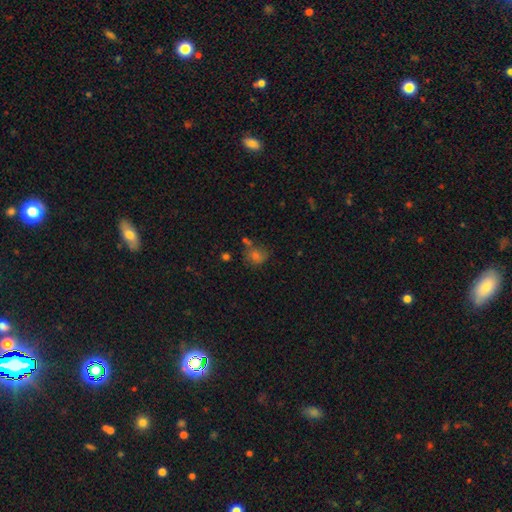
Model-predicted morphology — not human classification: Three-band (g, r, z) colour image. It shows a smooth galaxy with no disk features (54%) that is round (71%). Merging: none (57%).